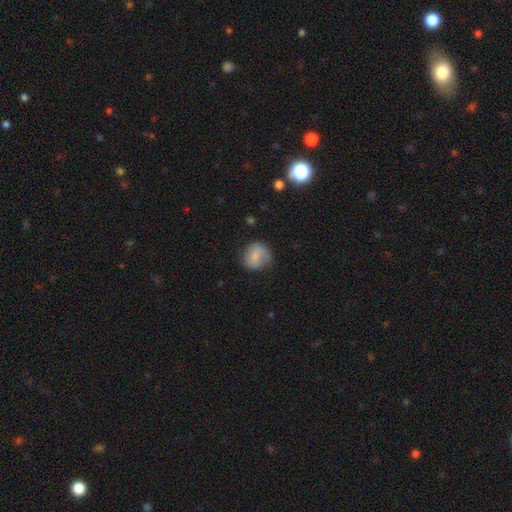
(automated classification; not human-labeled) Smooth or featured: smooth — 74% (featured or disk — 18%)
How rounded: round — 81% (in between — 18%)
Merging: none — 67% (minor disturbance — 23%)